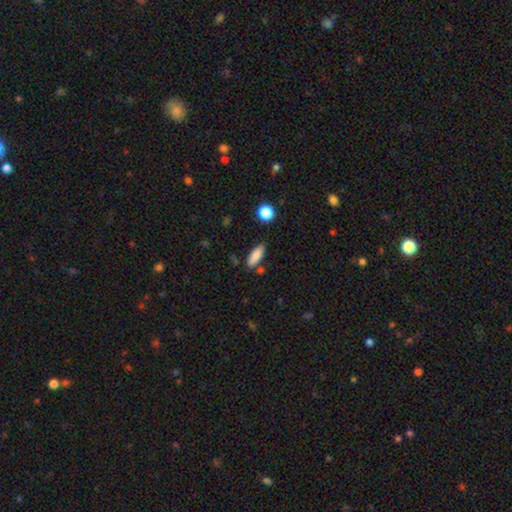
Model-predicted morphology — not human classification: This appears to be a smooth galaxy with no disk features (85%) that is in between round and cigar-shaped (62%). Merging: none (79%).